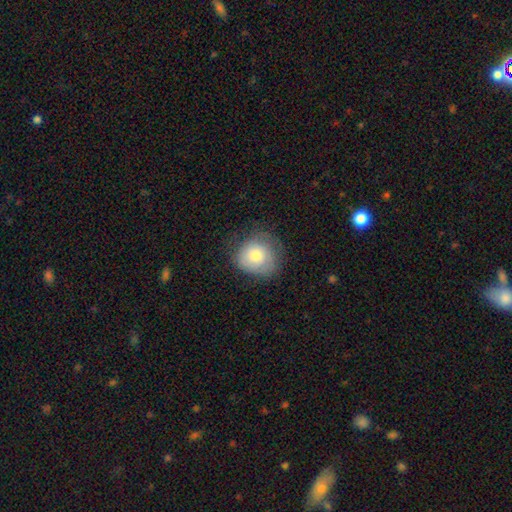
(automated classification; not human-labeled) Overall: smooth (72%). How rounded: round (81%). Merging: none (65%).